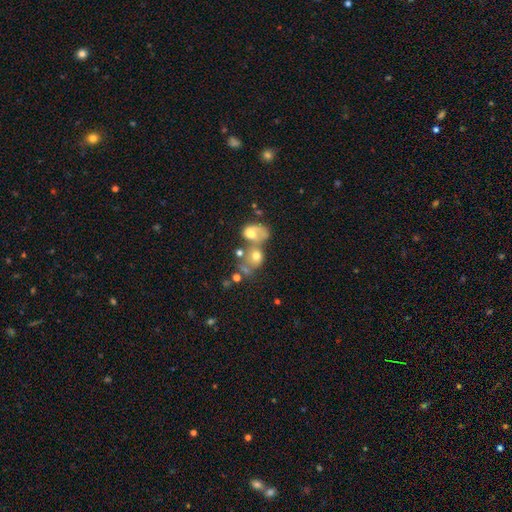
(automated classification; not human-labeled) This is possibly a smooth galaxy (50%). Merging: likely merger (62%).